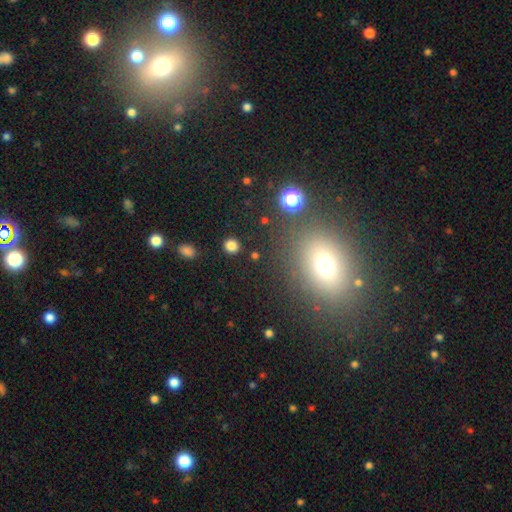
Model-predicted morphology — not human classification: This appears to be a smooth galaxy with no disk features (56%) that is round (57%). Merging: none (81%).